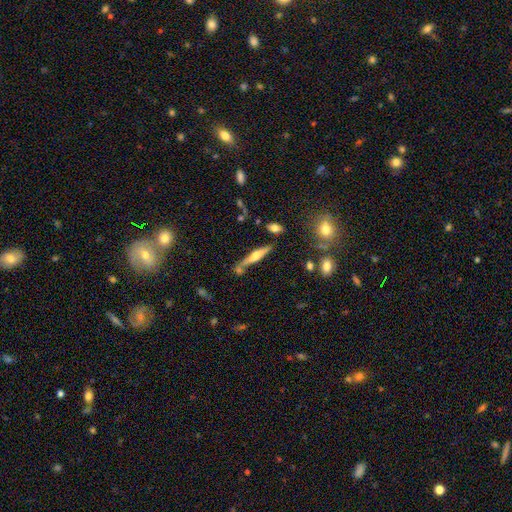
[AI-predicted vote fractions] A featured or disk galaxy (57%) viewed edge-on (94%) with a rounded central bulge (75%). Merging: none (66%).